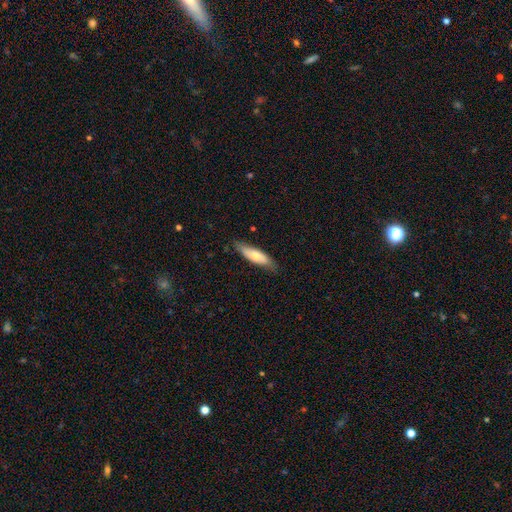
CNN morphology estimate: Smooth or featured: smooth — 66% (featured or disk — 28%)
How rounded: cigar-shaped — 54% (in between — 44%)
Merging: none — 77% (minor disturbance — 19%)